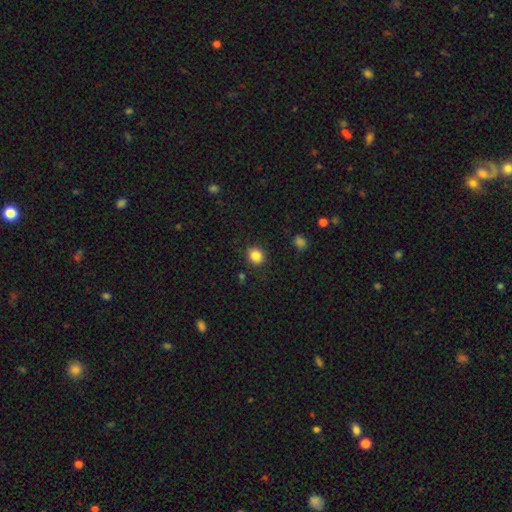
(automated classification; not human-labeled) Smooth or featured? smooth (85%)
How rounded? round (71%)
Merging? none (88%)